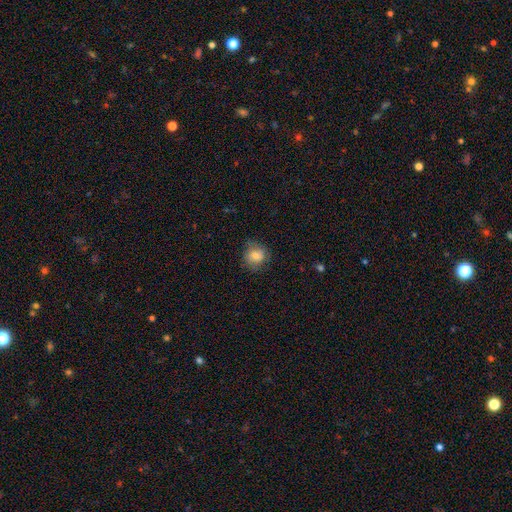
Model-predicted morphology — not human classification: Q: Smooth or featured?
A: smooth (74%); runner-up: featured or disk (17%)
Q: How rounded?
A: round (79%); runner-up: in between (20%)
Q: Merging?
A: none (72%); runner-up: minor disturbance (20%)